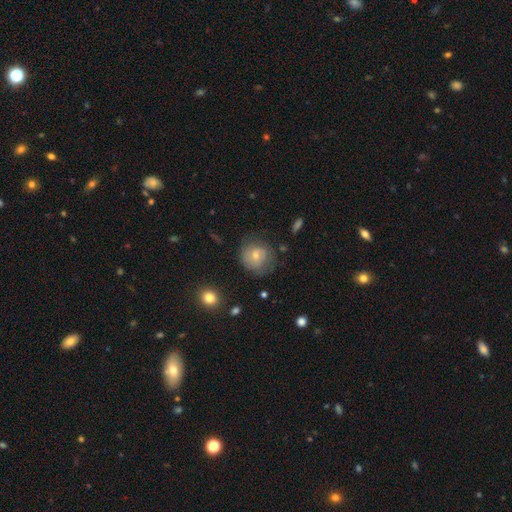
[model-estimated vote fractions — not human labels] Smooth or featured?
  - smooth: 50% *
  - featured or disk: 42%
  - star or artifact: 9%
Merging?
  - none: 61% *
  - minor disturbance: 24%
  - major disturbance: 13%
  - merger: 2%